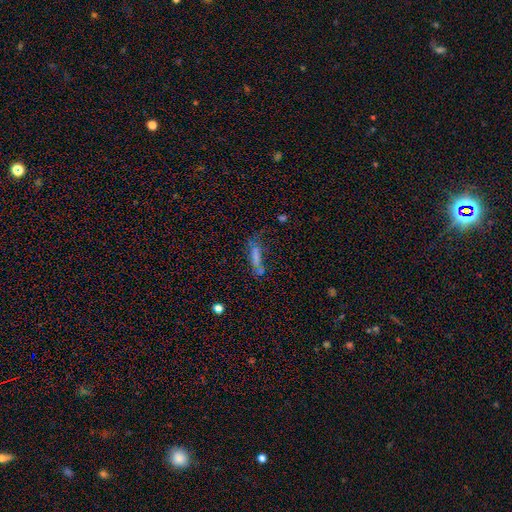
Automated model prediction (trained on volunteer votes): A smooth galaxy with no disk features (63%) that is cigar-shaped (62%). Merging: none (42%).